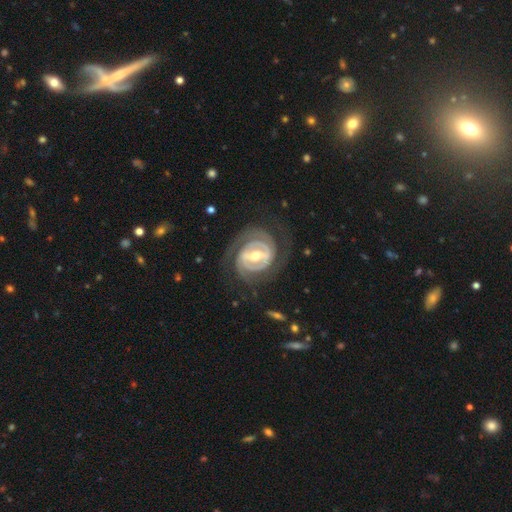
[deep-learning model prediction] Smooth or featured?
  - featured or disk: 90% *
  - smooth: 6%
  - star or artifact: 4%
Edge-on disk?
  - no: 97% *
  - yes: 3%
Bar?
  - strong: 58% *
  - weak: 32%
  - no: 10%
Spiral arms?
  - yes: 95% *
  - no: 5%
Spiral winding?
  - tight: 73% *
  - medium: 21%
  - loose: 6%
Spiral arm count?
  - 2: 64% *
  - can't tell: 14%
  - 3: 11%
  - 1: 4%
  - 4: 4%
  - more than 4: 3%
Bulge size?
  - moderate: 67% *
  - small: 25%
  - large: 5%
  - none: 1%
  - dominant: 1%
Merging?
  - none: 73% *
  - minor disturbance: 14%
  - major disturbance: 11%
  - merger: 1%